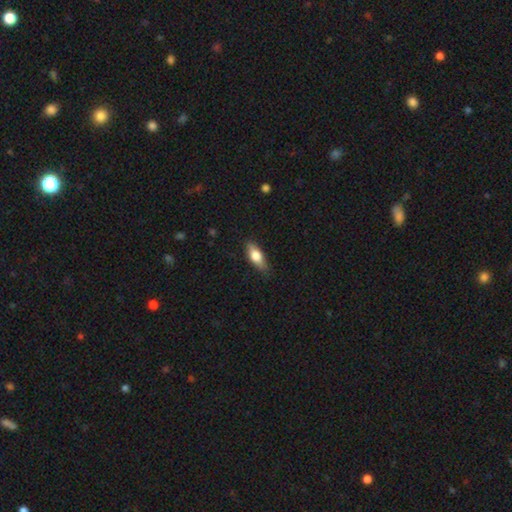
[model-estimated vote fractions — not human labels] The model was most divided on "smooth or featured": smooth: 63%, featured or disk: 31%, star or artifact: 6%. More confident: merging — none (81%); how rounded — in between (68%).